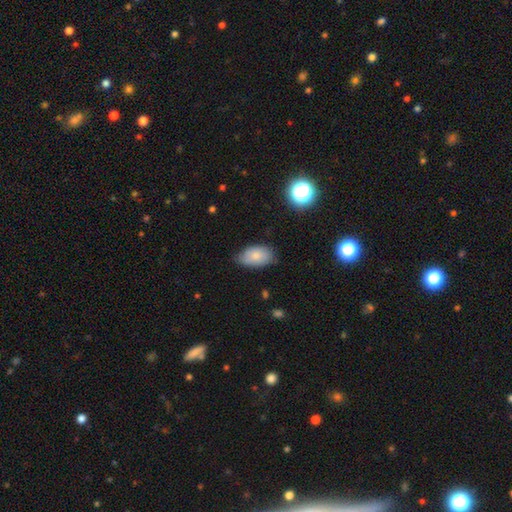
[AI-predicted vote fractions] A smooth galaxy with no disk features (81%) that is in between round and cigar-shaped (93%). Merging: none (68%).